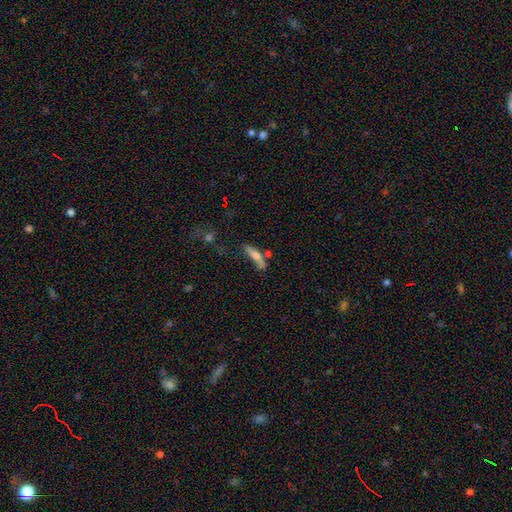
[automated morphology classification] Smooth or featured?
  - smooth: 63% *
  - featured or disk: 30%
  - star or artifact: 8%
How rounded?
  - cigar-shaped: 77% *
  - in between: 21%
  - round: 2%
Merging?
  - none: 49% *
  - minor disturbance: 22%
  - merger: 18%
  - major disturbance: 10%